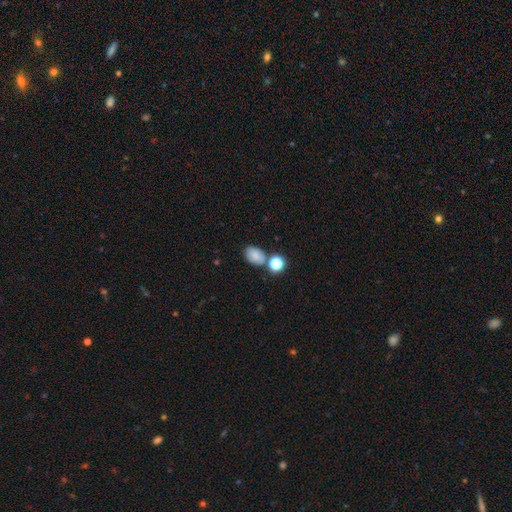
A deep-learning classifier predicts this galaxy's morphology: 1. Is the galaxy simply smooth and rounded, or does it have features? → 78% smooth, 13% star or artifact, 9% featured or disk.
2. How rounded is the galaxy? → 80% in between, 19% round, 1% cigar-shaped.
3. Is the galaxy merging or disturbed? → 65% none, 16% merger, 15% minor disturbance, 4% major disturbance.